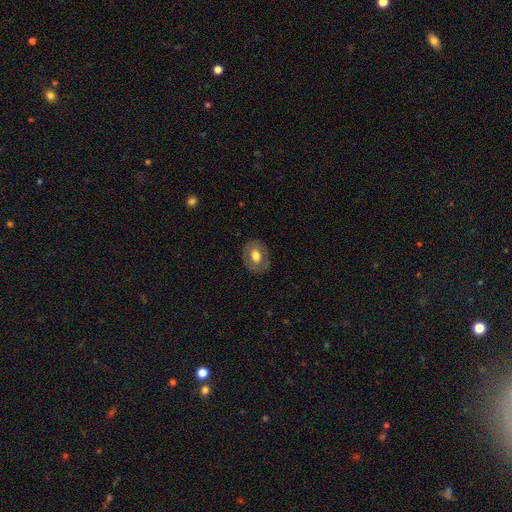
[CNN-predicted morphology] Smooth or featured? Predicted: smooth (p=0.56). How rounded? Predicted: in between (p=0.60). Merging? Predicted: none (p=0.82).